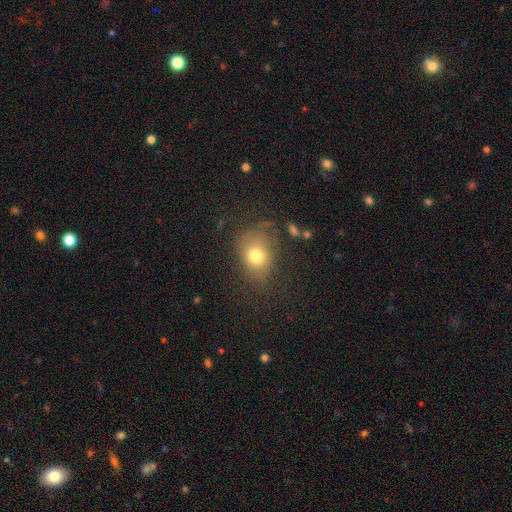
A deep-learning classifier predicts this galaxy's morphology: Smooth or featured: smooth — 75% (star or artifact — 13%)
How rounded: in between — 53% (round — 45%)
Merging: none — 65% (minor disturbance — 22%)